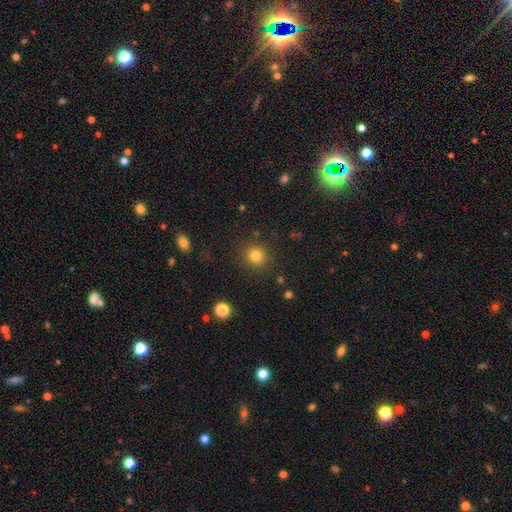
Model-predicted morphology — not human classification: Q: Smooth or featured?
A: smooth (81%); runner-up: star or artifact (13%)
Q: How rounded?
A: round (90%); runner-up: in between (9%)
Q: Merging?
A: none (88%); runner-up: minor disturbance (7%)